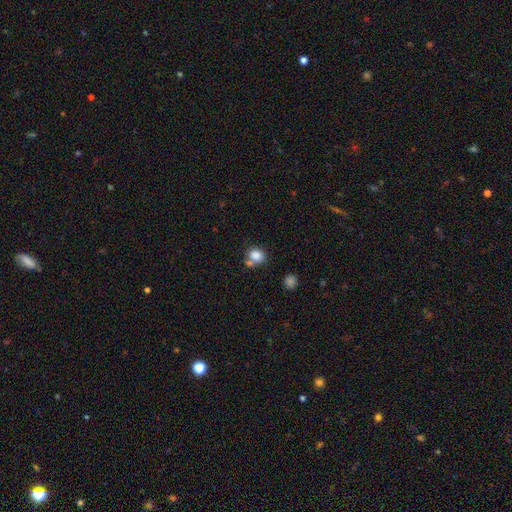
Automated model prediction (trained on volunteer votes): Smooth or featured? smooth (83%)
How rounded? round (59%)
Merging? none (54%)